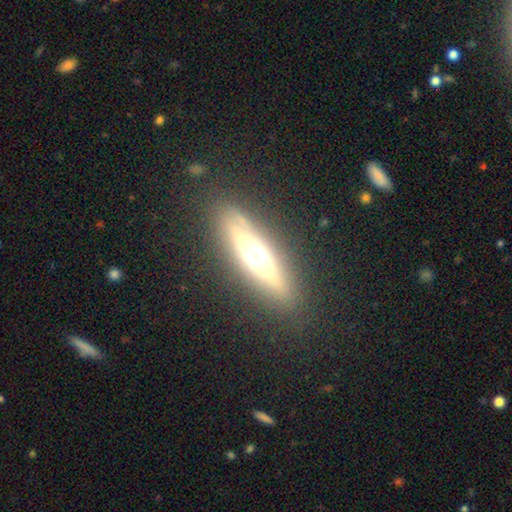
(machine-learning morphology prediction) The model was most divided on "smooth or featured": featured or disk: 61%, smooth: 30%, star or artifact: 9%. More confident: edge-on disk — yes (90%); merging — none (86%); edge-on bulge — rounded (86%).